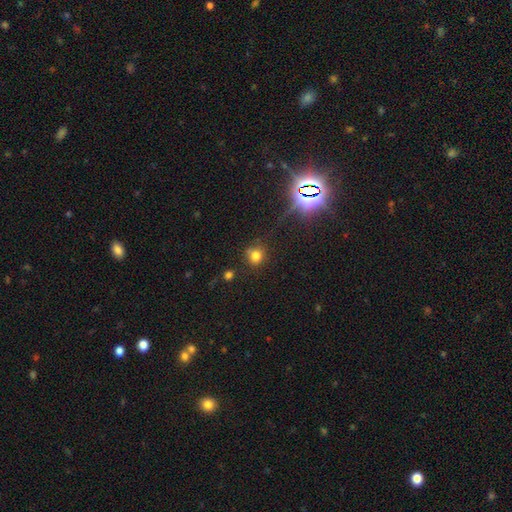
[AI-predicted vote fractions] The model was most divided on "smooth or featured": smooth: 73%, star or artifact: 19%, featured or disk: 7%. More confident: how rounded — round (81%); merging — none (72%).